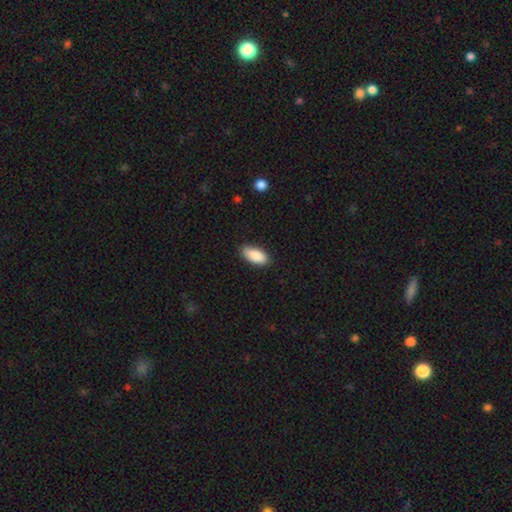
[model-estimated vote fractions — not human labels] A smooth galaxy with no disk features (89%) that is in between round and cigar-shaped (90%).

Vote fractions:
- Smooth or featured? smooth: 89% / star or artifact: 6% / featured or disk: 5%
- How rounded? in between: 90% / cigar-shaped: 9% / round: 2%
- Merging? none: 86% / minor disturbance: 11% / major disturbance: 2% / merger: 1%